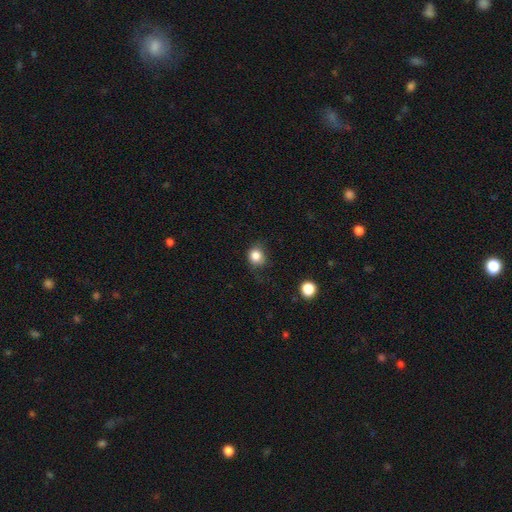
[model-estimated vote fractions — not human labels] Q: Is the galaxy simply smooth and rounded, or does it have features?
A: smooth — 83%.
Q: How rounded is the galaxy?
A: round — 80%.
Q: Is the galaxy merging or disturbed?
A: none — 68%.